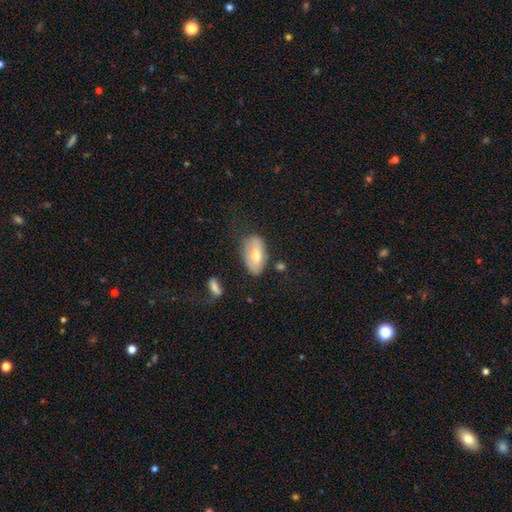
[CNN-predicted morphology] This appears to be a smooth galaxy with no disk features (61%) that is in between round and cigar-shaped (93%). Merging: none (63%).